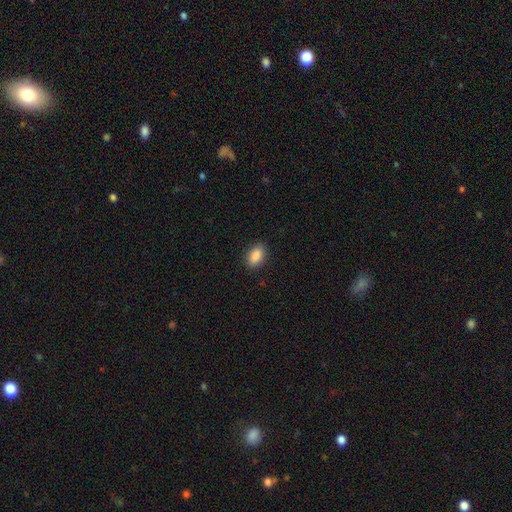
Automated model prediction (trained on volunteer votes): Q: Smooth or featured?
A: smooth (89%); runner-up: star or artifact (8%)
Q: How rounded?
A: in between (90%); runner-up: round (6%)
Q: Merging?
A: none (88%); runner-up: minor disturbance (9%)